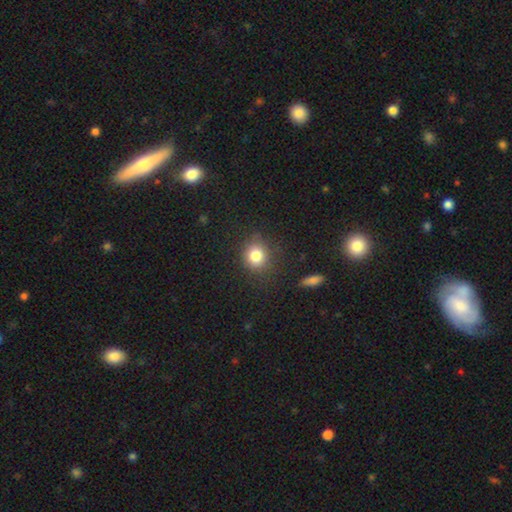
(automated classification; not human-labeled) Q: Smooth or featured?
A: smooth (82%); runner-up: star or artifact (11%)
Q: How rounded?
A: round (75%); runner-up: in between (24%)
Q: Merging?
A: none (81%); runner-up: minor disturbance (13%)